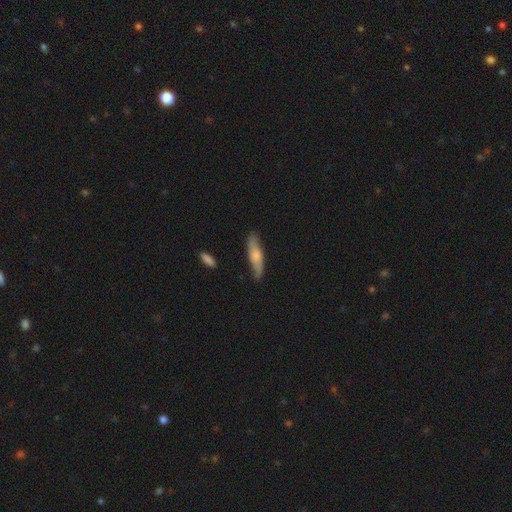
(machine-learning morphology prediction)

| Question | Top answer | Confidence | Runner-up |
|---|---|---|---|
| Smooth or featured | smooth | 54% | featured or disk (40%) |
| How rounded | cigar-shaped | 70% | in between (28%) |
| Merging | none | 74% | minor disturbance (20%) |